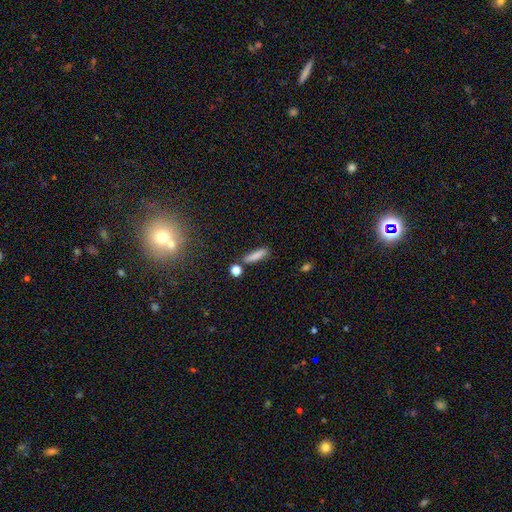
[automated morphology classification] smooth 83%, featured or disk 9%, star or artifact 8%. Down the decision tree: how rounded — cigar-shaped (77%); merging — none (79%).